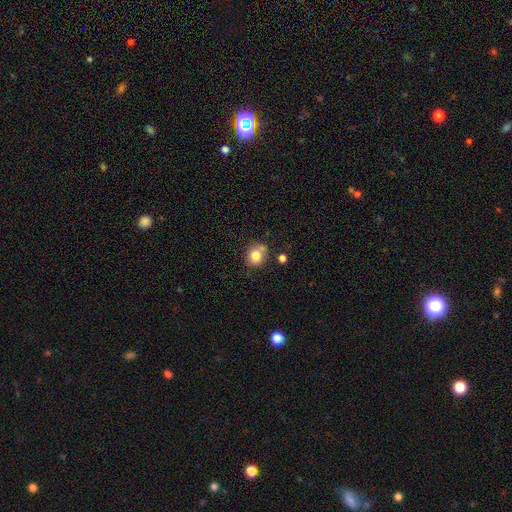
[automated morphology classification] Overall: smooth (80%). How rounded: round (71%). Merging: none (60%).